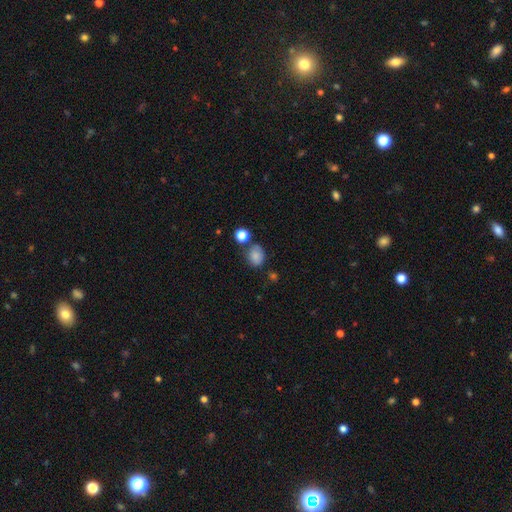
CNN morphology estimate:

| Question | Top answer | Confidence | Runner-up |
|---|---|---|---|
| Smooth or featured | smooth | 80% | star or artifact (12%) |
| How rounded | round | 54% | in between (45%) |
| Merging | none | 63% | minor disturbance (19%) |